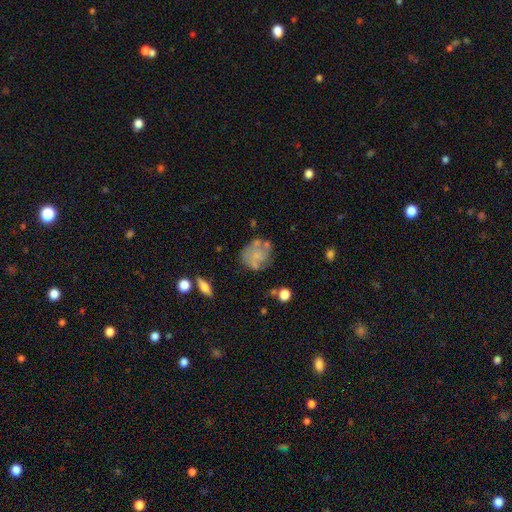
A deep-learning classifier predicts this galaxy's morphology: Smooth or featured: smooth — 46% (featured or disk — 45%)
Merging: none — 53% (minor disturbance — 23%)